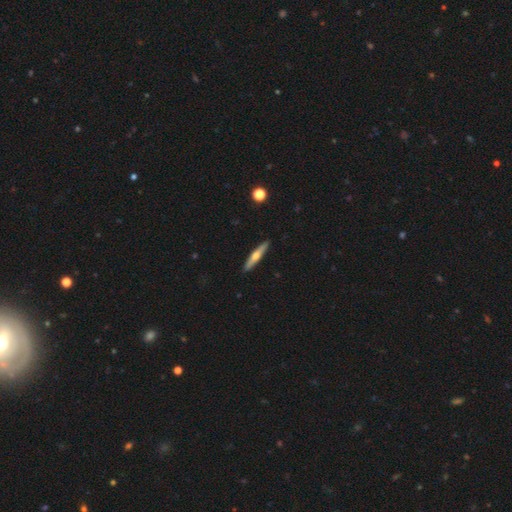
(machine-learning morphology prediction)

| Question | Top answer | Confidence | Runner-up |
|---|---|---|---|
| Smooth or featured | featured or disk | 55% | smooth (40%) |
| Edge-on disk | yes | 95% | no (5%) |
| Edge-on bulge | rounded | 90% | none (8%) |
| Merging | none | 92% | minor disturbance (6%) |